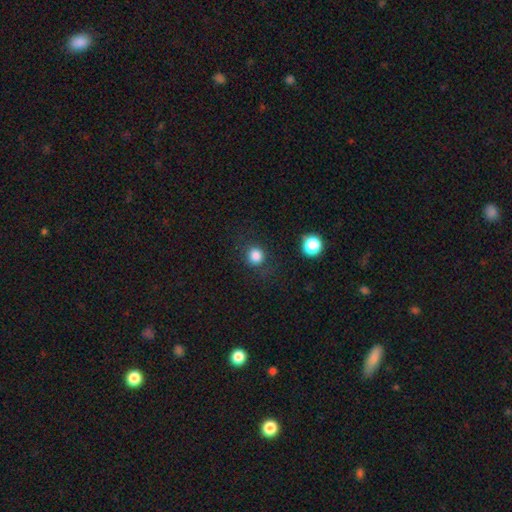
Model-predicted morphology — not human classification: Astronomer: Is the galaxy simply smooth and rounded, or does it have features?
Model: smooth — 84%.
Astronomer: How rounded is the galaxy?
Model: round — 90%.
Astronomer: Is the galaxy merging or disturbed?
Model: none — 84%.